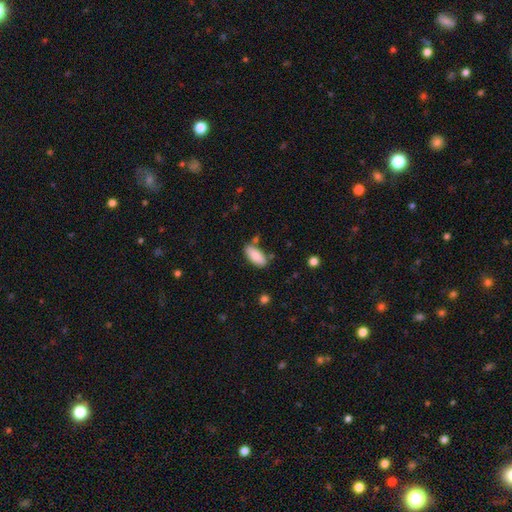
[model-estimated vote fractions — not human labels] Smooth or featured? smooth (86%)
How rounded? in between (85%)
Merging? none (77%)